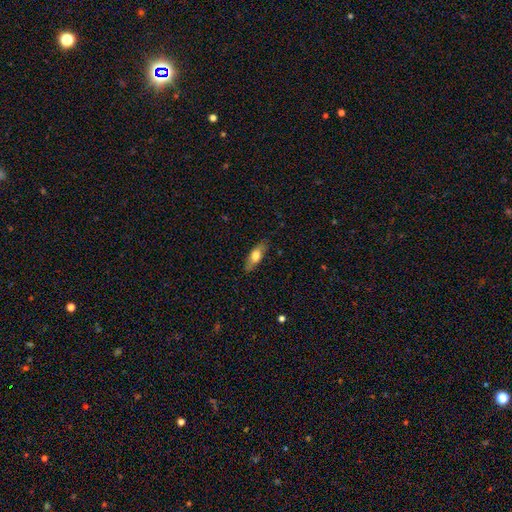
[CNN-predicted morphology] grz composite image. It shows a smooth galaxy with no disk features (64%) that is in between round and cigar-shaped (65%). Merging: none (83%).